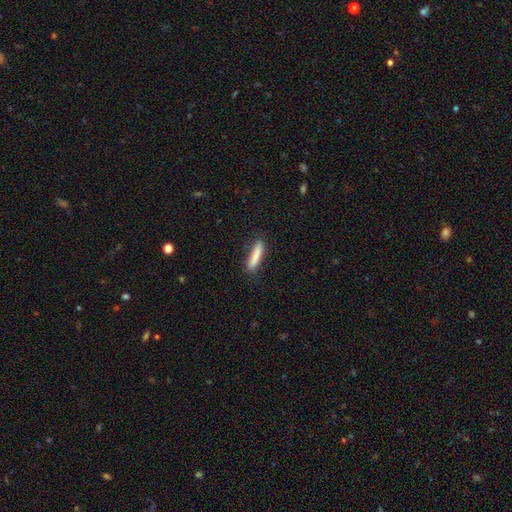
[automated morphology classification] Overall: smooth (83%). How rounded: cigar-shaped (86%). Merging: none (83%).